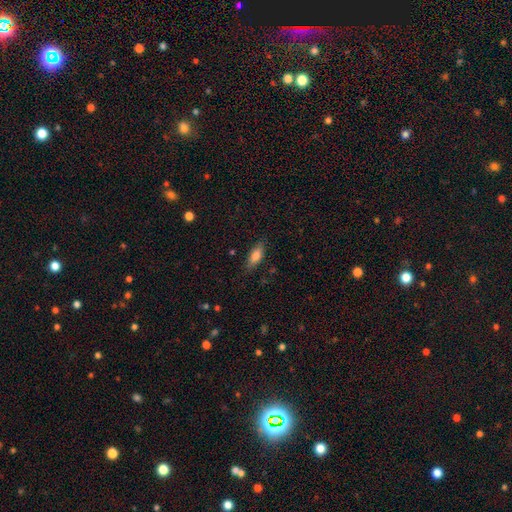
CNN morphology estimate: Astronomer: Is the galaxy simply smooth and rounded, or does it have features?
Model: smooth — 76%.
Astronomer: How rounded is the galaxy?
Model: in between — 67%.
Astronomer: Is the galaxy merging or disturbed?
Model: none — 80%.